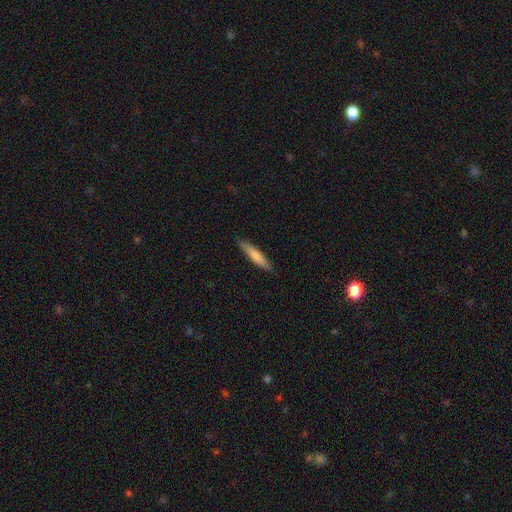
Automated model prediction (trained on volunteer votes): smooth-or-featured: smooth: 74% | featured or disk: 21% | star or artifact: 5%
  how-rounded: cigar-shaped: 87% | in between: 12% | round: 1%
  merging: none: 88% | minor disturbance: 9% | major disturbance: 2% | merger: 1%